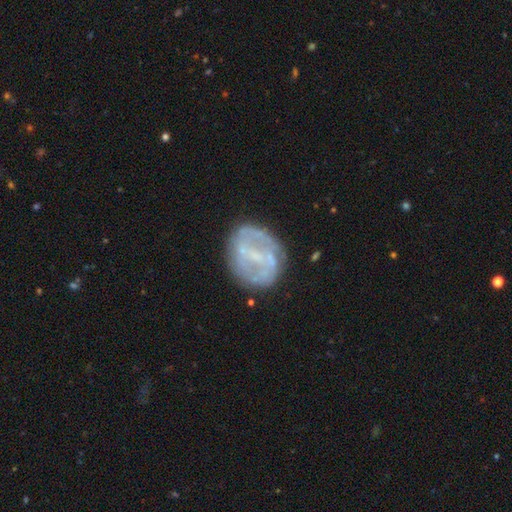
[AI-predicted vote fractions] Smooth or featured? Predicted: featured or disk (p=0.68). Edge-on disk? Predicted: no (p=0.97). Bar? Predicted: weak (p=0.39). Spiral arms? Predicted: no (p=0.53). Bulge size? Predicted: small (p=0.47). Merging? Predicted: none (p=0.73).